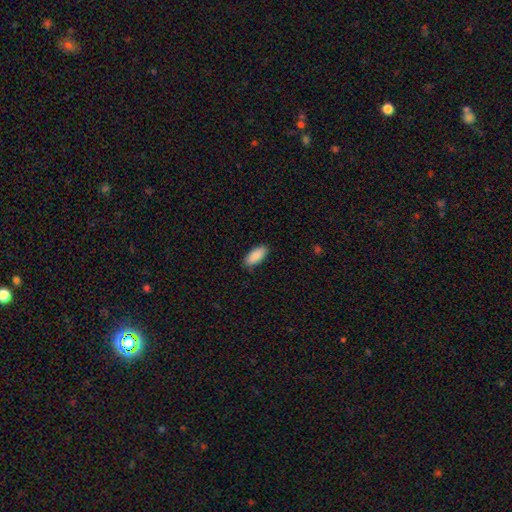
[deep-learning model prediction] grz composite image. It shows a smooth galaxy with no disk features (90%) that is in between round and cigar-shaped (86%). Merging: none (86%).